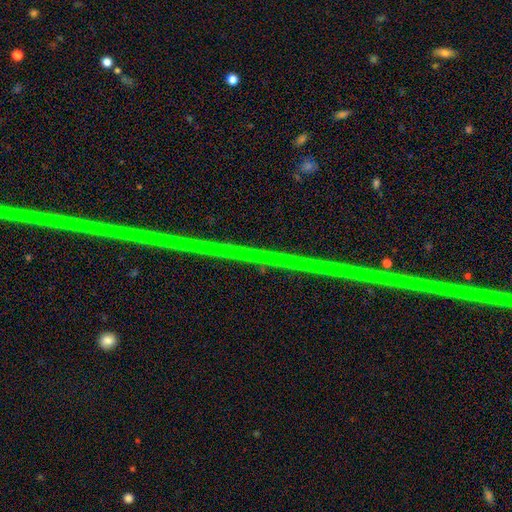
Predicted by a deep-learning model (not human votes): This appears to be a star or artifact, not a galaxy (86%).